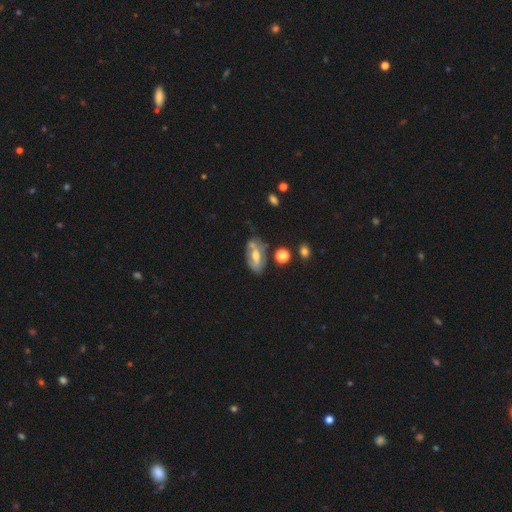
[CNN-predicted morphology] This appears to be a featured or disk galaxy (57%). Merging: none (55%).